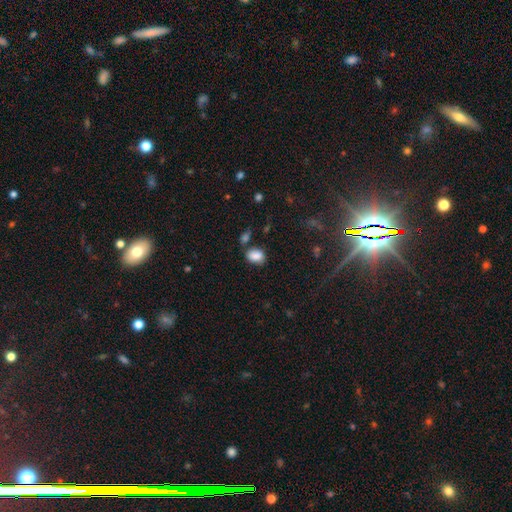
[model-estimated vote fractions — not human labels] smooth-or-featured: smooth: 86% | star or artifact: 9% | featured or disk: 6%
  how-rounded: in between: 74% | round: 25% | cigar-shaped: 1%
  merging: none: 67% | minor disturbance: 17% | merger: 11% | major disturbance: 5%